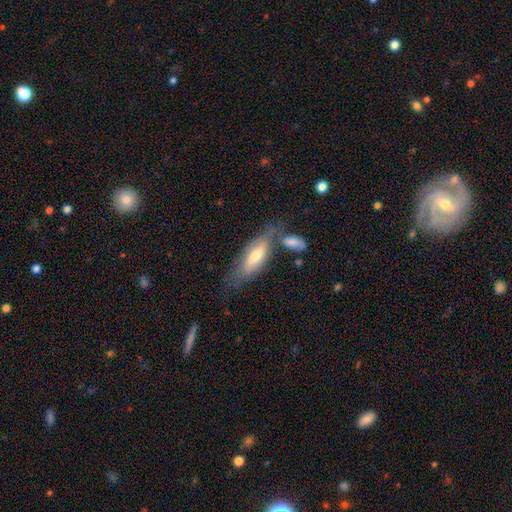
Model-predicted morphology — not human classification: A smooth galaxy with no disk features (57%) that is in between round and cigar-shaped (59%). Merging: none (49%).